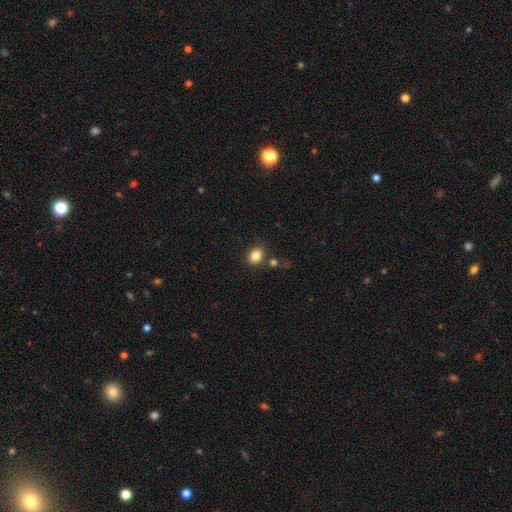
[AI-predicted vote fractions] smooth 84%, star or artifact 11%, featured or disk 6%. Down the decision tree: how rounded — round (50%); merging — none (80%).